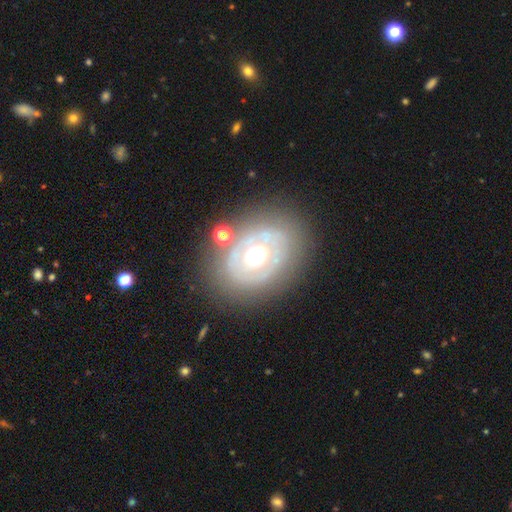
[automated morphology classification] Smooth or featured? Predicted: featured or disk (p=0.62). Edge-on disk? Predicted: no (p=0.94). Bar? Predicted: no (p=0.88). Spiral arms? Predicted: no (p=0.85). Bulge size? Predicted: moderate (p=0.57). Merging? Predicted: none (p=0.74).